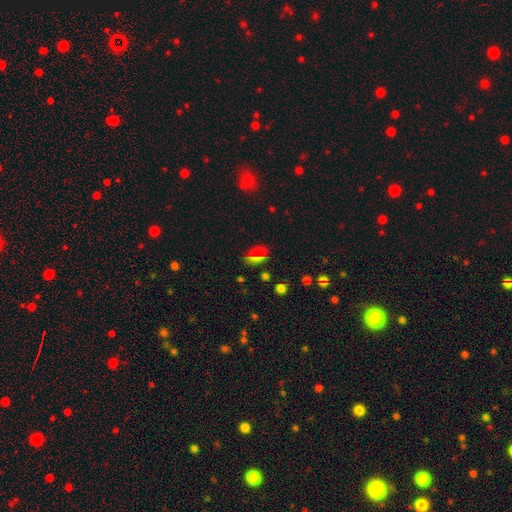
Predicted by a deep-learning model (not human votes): Morphology: type=smooth (62%); roundness=in between (72%); merging=none (80%).